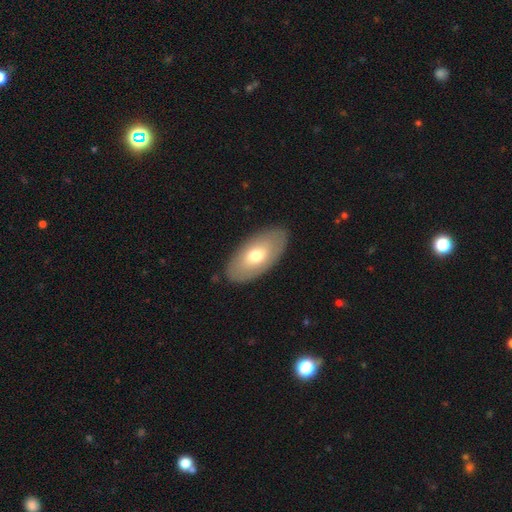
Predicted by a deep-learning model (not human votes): Smooth or featured? smooth (64%)
How rounded? in between (94%)
Merging? none (86%)